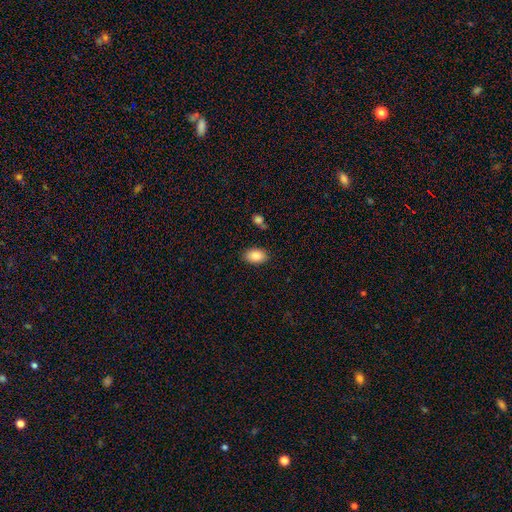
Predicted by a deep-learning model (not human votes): The model was most divided on "merging": none: 86%, minor disturbance: 10%, major disturbance: 2%, merger: 2%. More confident: how rounded — in between (90%); smooth or featured — smooth (86%).